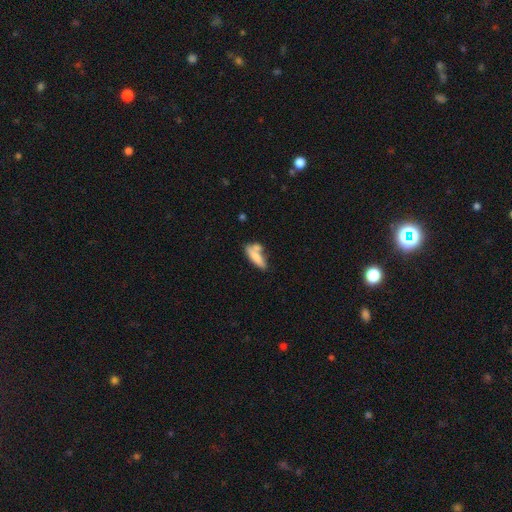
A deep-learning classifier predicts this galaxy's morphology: Smooth or featured?
  - smooth: 72% *
  - featured or disk: 20%
  - star or artifact: 8%
How rounded?
  - in between: 49% * (tied)
  - cigar-shaped: 49% * (tied)
  - round: 3%
Merging?
  - none: 40% *
  - merger: 37%
  - minor disturbance: 16%
  - major disturbance: 7%